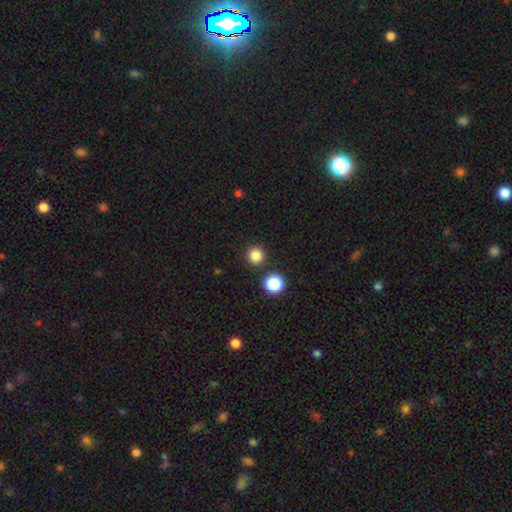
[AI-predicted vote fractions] Smooth or featured: smooth — 84% (star or artifact — 13%)
How rounded: round — 95% (in between — 4%)
Merging: none — 89% (minor disturbance — 5%)